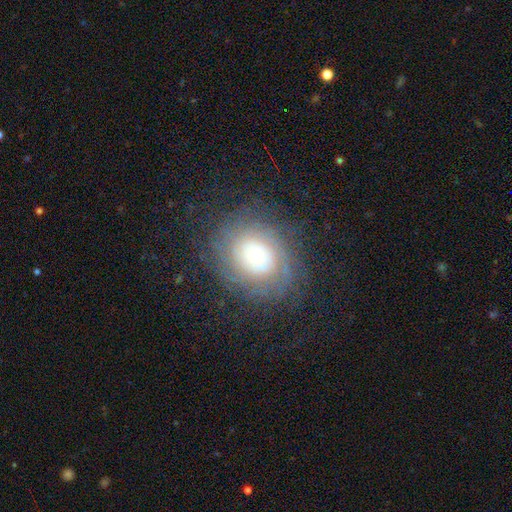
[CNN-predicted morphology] Smooth or featured?
  - featured or disk: 54% *
  - smooth: 33%
  - star or artifact: 13%
Edge-on disk?
  - no: 97% *
  - yes: 3%
Bar?
  - no: 83% *
  - weak: 14%
  - strong: 3%
Spiral arms?
  - yes: 82% *
  - no: 18%
Bulge size?
  - small: 37% *
  - large: 27%
  - moderate: 24%
  - dominant: 9%
  - none: 3%
Merging?
  - none: 74% *
  - minor disturbance: 15%
  - major disturbance: 9%
  - merger: 1%